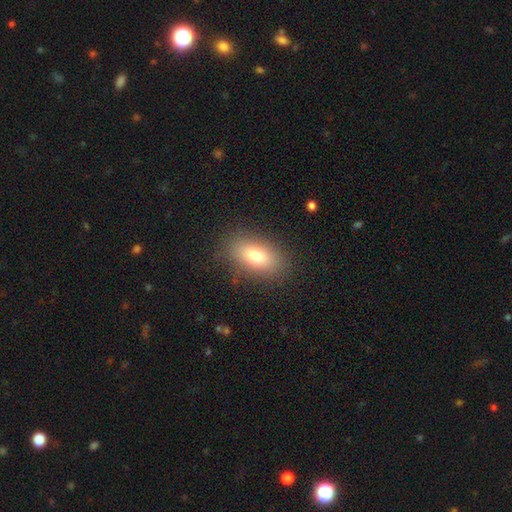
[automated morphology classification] smooth_or_featured: smooth (p=0.77) [alt: featured or disk p=0.13]
how_rounded: in between (p=0.87) [alt: round p=0.09]
merging: none (p=0.85) [alt: minor disturbance p=0.10]